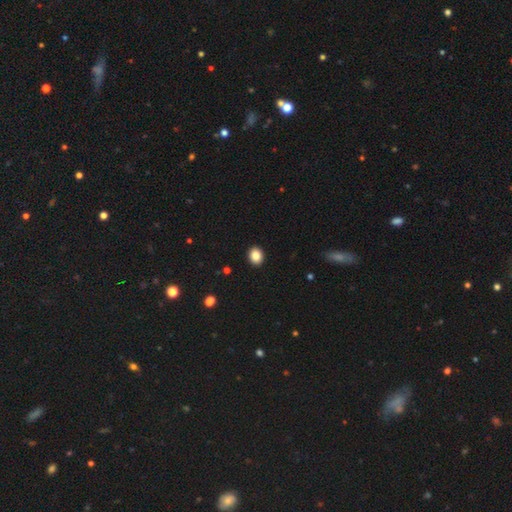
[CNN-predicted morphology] smooth-or-featured: smooth: 86% | star or artifact: 9% | featured or disk: 5%
  how-rounded: round: 55% | in between: 44% | cigar-shaped: 1%
  merging: none: 92% | minor disturbance: 5% | major disturbance: 1% | merger: 1%